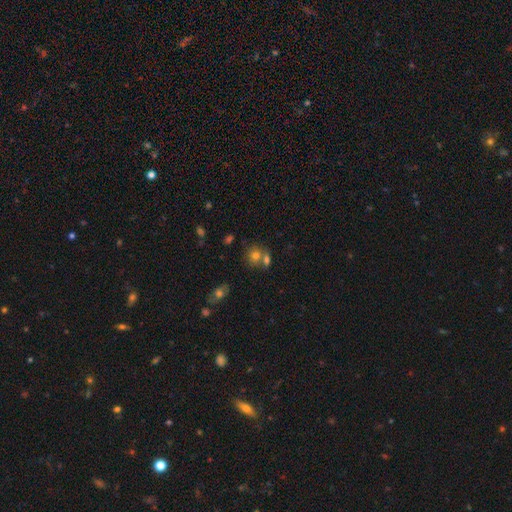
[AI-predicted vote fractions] Smooth or featured: smooth — 74% (featured or disk — 14%)
How rounded: round — 73% (in between — 25%)
Merging: none — 48% (merger — 39%)